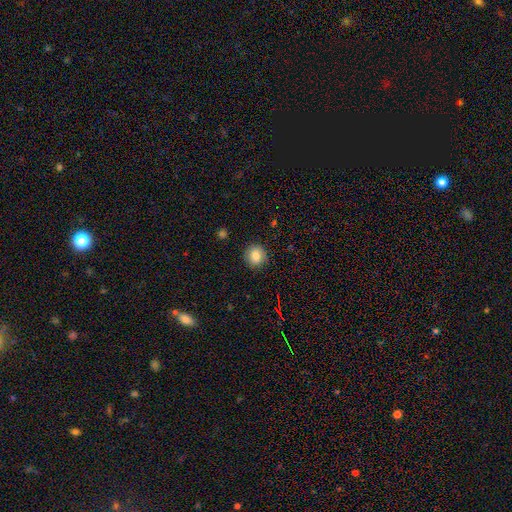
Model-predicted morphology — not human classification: This is clearly a smooth galaxy (85%). How rounded: clearly round (88%). Merging: clearly none (90%).